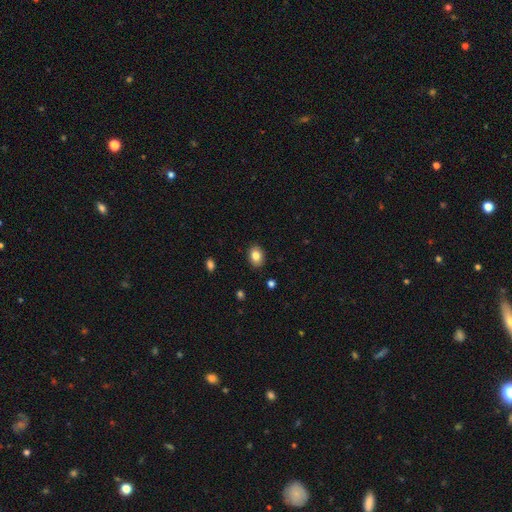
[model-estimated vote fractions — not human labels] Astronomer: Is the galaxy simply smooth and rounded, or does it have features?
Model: smooth — 84%.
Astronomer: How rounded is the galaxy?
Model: in between — 73%.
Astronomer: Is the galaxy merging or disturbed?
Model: none — 88%.